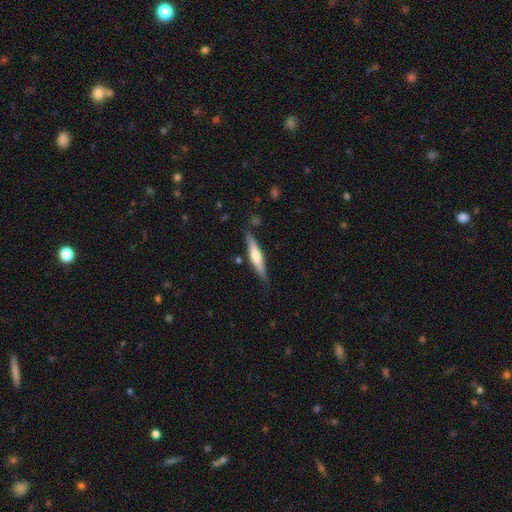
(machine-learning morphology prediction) Smooth or featured? featured or disk (57%)
Edge-on disk? yes (96%)
Edge-on bulge? rounded (84%)
Merging? none (82%)